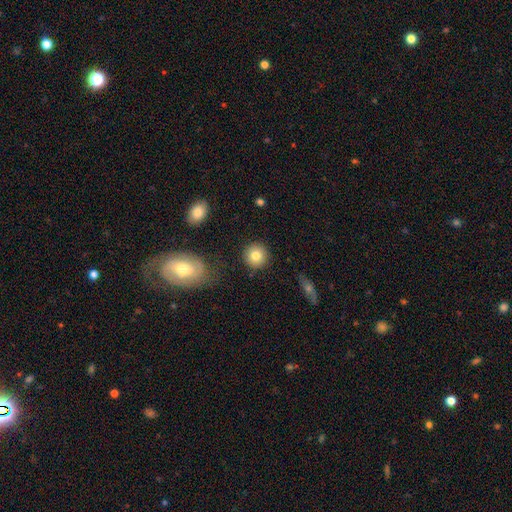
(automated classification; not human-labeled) The model was most divided on "smooth or featured": smooth: 81%, featured or disk: 9%, star or artifact: 9%. More confident: how rounded — round (93%); merging — none (88%).